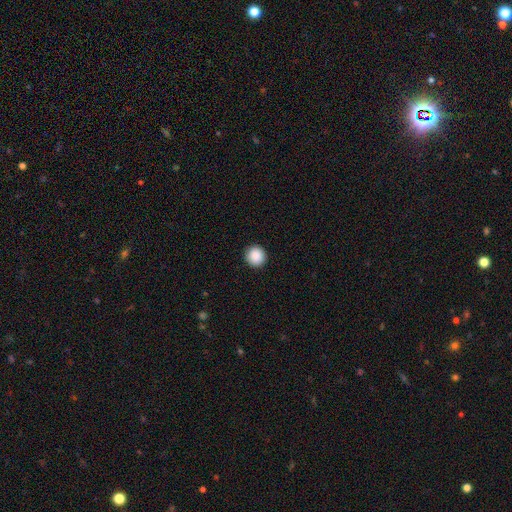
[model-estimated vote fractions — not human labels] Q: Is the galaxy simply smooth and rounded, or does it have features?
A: smooth — 89%.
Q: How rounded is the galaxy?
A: round — 95%.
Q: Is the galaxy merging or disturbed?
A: none — 93%.